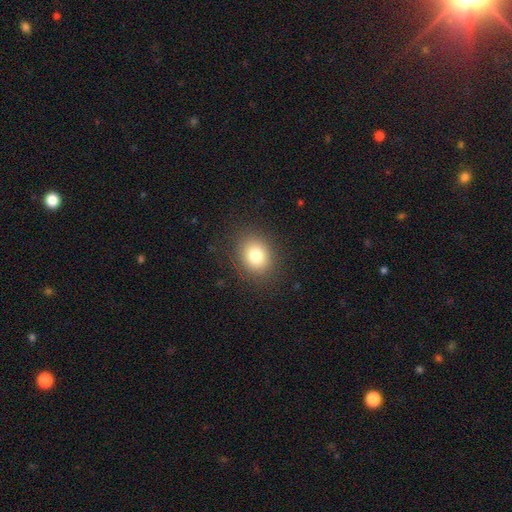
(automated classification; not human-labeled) Q: Smooth or featured?
A: smooth (80%); runner-up: star or artifact (12%)
Q: How rounded?
A: round (57%); runner-up: in between (42%)
Q: Merging?
A: none (87%); runner-up: minor disturbance (9%)